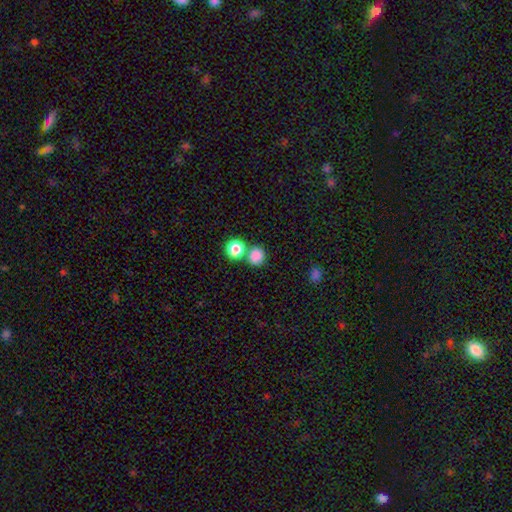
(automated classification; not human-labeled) smooth_or_featured: smooth (p=0.85) [alt: star or artifact p=0.10]
how_rounded: round (p=0.85) [alt: in between p=0.14]
merging: none (p=0.57) [alt: merger p=0.32]